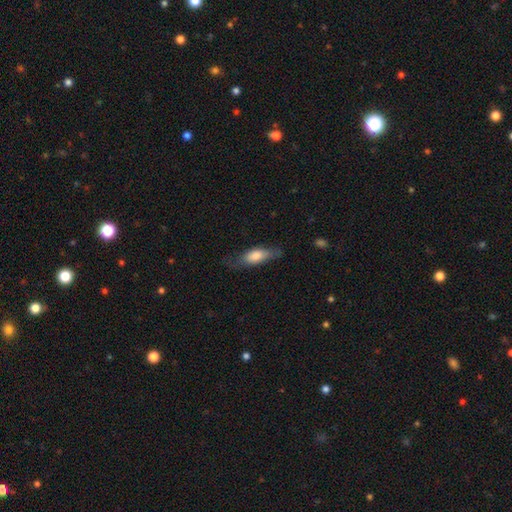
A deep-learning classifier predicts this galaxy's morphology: Smooth or featured? Predicted: smooth (p=0.71). How rounded? Predicted: in between (p=0.65). Merging? Predicted: none (p=0.60).